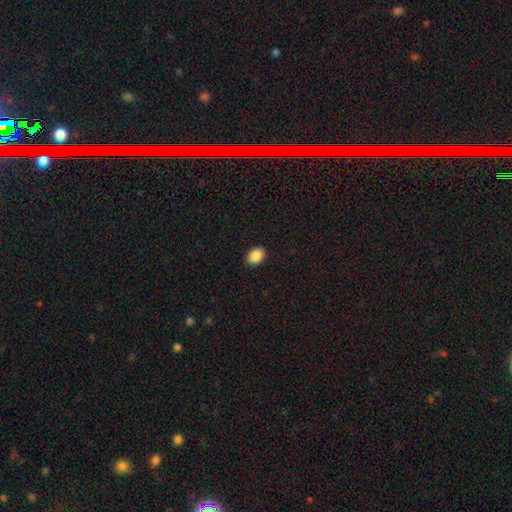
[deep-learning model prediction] The model was most divided on "how rounded": in between: 75%, round: 24%, cigar-shaped: 1%. More confident: merging — none (91%); smooth or featured — smooth (89%).